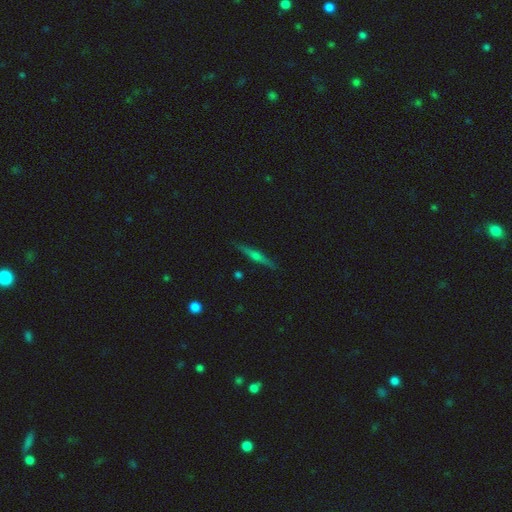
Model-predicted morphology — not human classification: A featured or disk galaxy (73%) viewed edge-on (98%) with a rounded central bulge (83%).

Vote fractions:
- Smooth or featured? featured or disk: 73% / smooth: 19% / star or artifact: 8%
- Edge-on disk? yes: 98% / no: 2%
- Edge-on bulge? rounded: 83% / boxy: 9% / none: 9%
- Merging? none: 90% / minor disturbance: 7% / major disturbance: 1% / merger: 1%